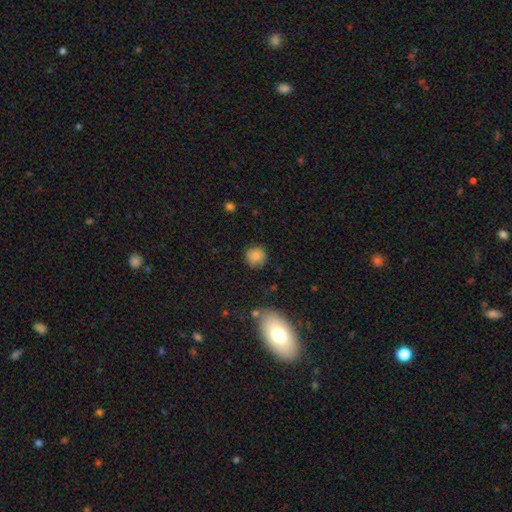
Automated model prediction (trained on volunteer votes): A smooth galaxy with no disk features (83%) that is round (89%). Merging: none (79%).